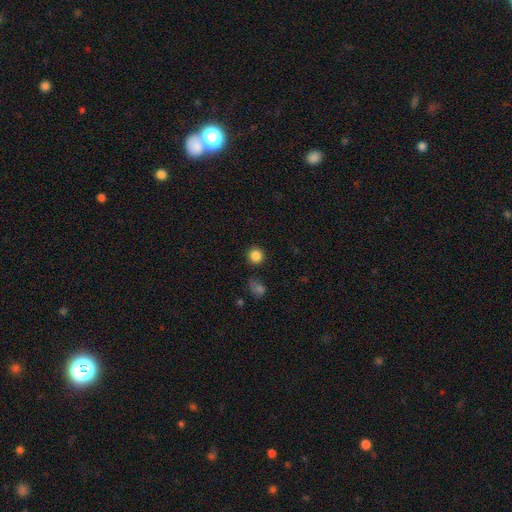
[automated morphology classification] smooth_or_featured: smooth (p=0.85) [alt: star or artifact p=0.11]
how_rounded: round (p=0.91) [alt: in between p=0.08]
merging: none (p=0.86) [alt: minor disturbance p=0.08]